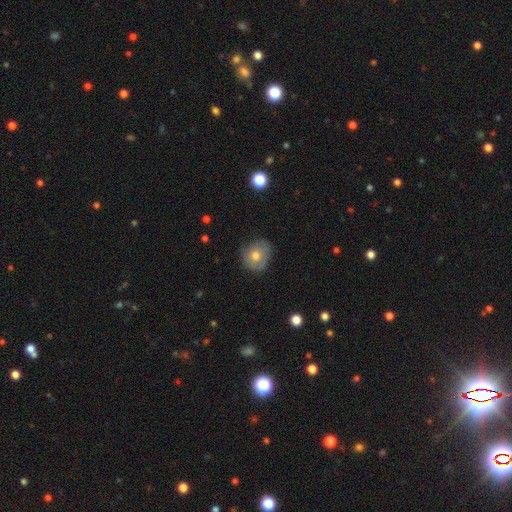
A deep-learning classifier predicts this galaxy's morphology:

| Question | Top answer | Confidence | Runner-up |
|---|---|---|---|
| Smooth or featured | smooth | 65% | featured or disk (26%) |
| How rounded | round | 76% | in between (23%) |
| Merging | none | 72% | minor disturbance (22%) |